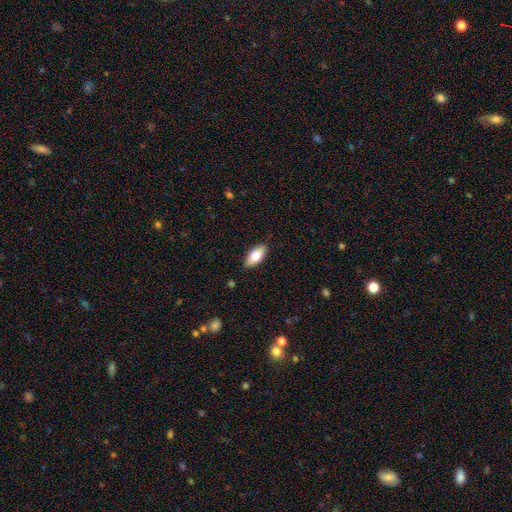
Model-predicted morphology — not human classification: Smooth or featured?
  - smooth: 73% *
  - featured or disk: 20%
  - star or artifact: 6%
How rounded?
  - in between: 87% *
  - cigar-shaped: 10%
  - round: 3%
Merging?
  - none: 86% *
  - minor disturbance: 11%
  - major disturbance: 2%
  - merger: 1%